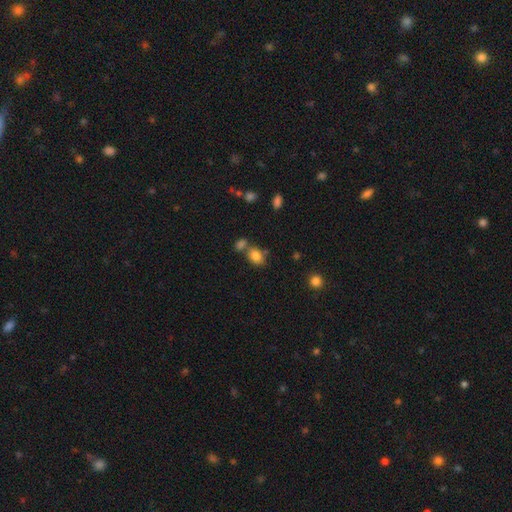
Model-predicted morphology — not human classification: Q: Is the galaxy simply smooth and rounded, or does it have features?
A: smooth — 82%.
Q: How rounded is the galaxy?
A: in between — 65%.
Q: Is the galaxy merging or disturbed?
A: none — 57%.